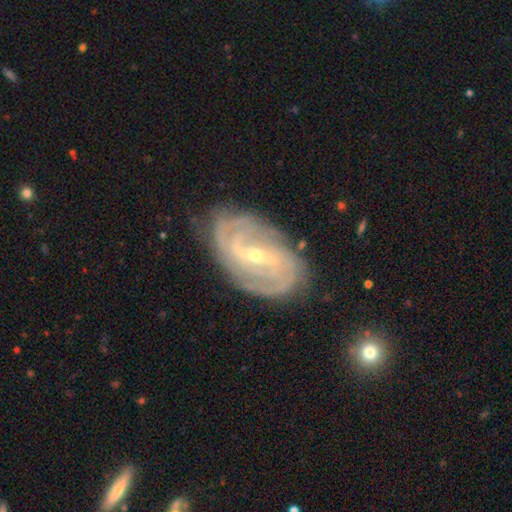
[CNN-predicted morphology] This is clearly a featured or disk galaxy (88%). It is clearly not viewed edge-on (95%). Bar: possibly strong (52%). Spiral arm pattern: clearly yes (95%). Spiral arm count: marginally 2 (40%). Spiral winding: likely tight (62%). Central bulge: likely small (65%). Merging: likely none (76%).